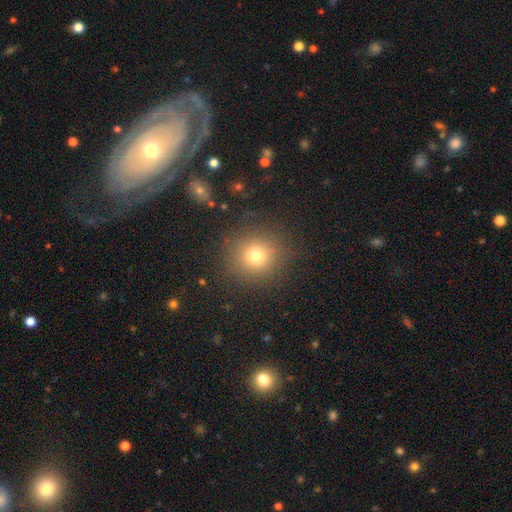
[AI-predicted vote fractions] A smooth galaxy with no disk features (73%) that is round (93%). Merging: none (87%).